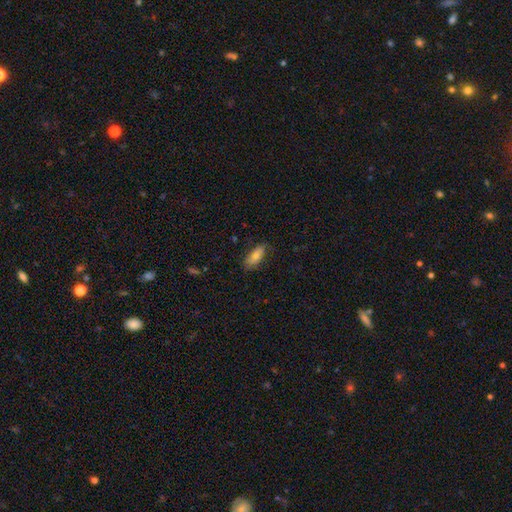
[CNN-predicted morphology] Overall: smooth (68%). How rounded: in between (79%). Merging: none (74%).